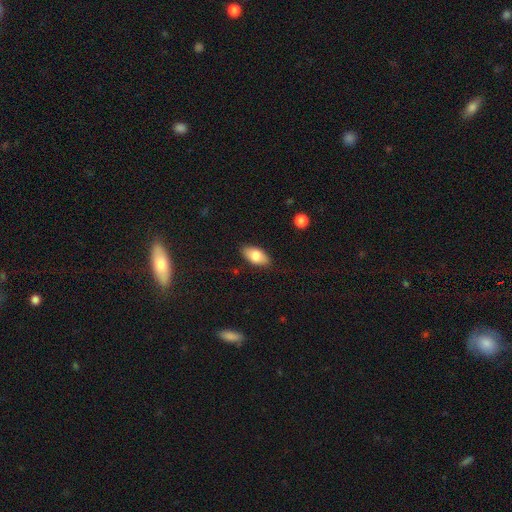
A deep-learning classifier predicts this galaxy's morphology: Smooth or featured? Predicted: smooth (p=0.78). How rounded? Predicted: in between (p=0.92). Merging? Predicted: none (p=0.85).